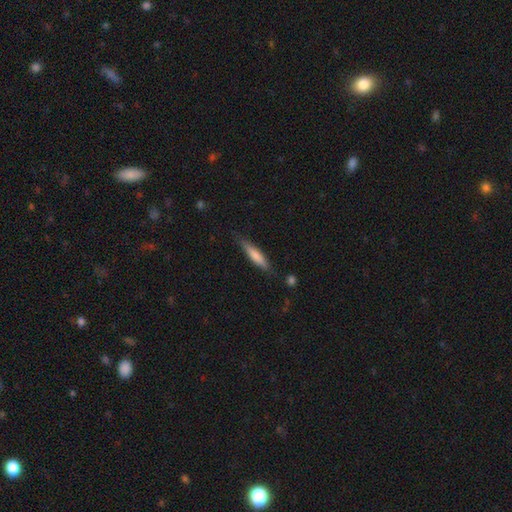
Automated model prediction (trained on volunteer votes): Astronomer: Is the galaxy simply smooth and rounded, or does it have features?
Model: smooth — 73%.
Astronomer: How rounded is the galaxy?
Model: cigar-shaped — 84%.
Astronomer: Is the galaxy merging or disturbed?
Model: none — 77%.